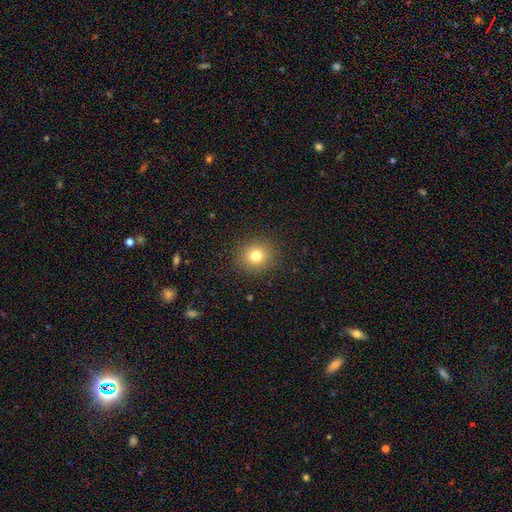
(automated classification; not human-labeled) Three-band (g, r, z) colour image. It shows a smooth galaxy with no disk features (78%) that is round (83%). Merging: none (90%).